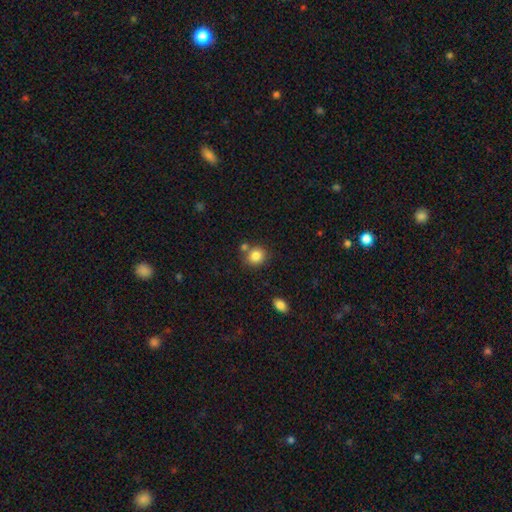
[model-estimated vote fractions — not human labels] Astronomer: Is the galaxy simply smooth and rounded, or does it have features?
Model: smooth — 84%.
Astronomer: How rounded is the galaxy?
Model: round — 77%.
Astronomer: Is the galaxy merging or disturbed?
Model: none — 68%.